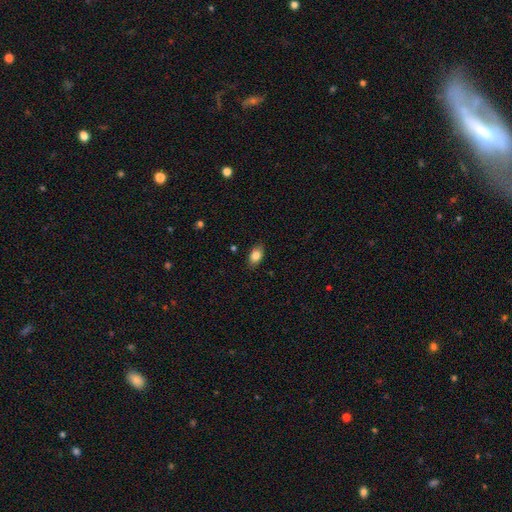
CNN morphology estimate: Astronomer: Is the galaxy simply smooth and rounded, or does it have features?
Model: smooth — 83%.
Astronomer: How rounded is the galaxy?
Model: in between — 88%.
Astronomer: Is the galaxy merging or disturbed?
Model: none — 85%.